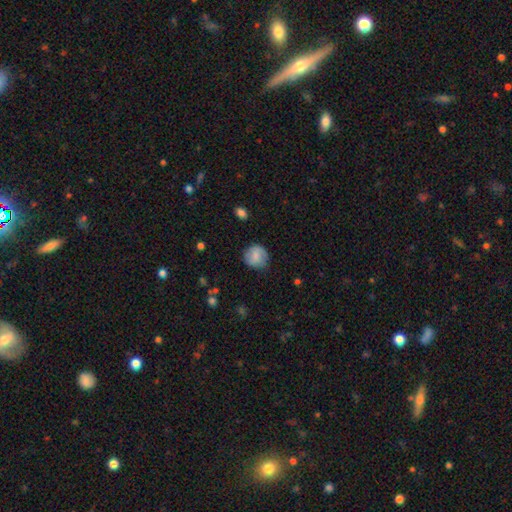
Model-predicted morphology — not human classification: smooth_or_featured: smooth (p=0.77) [alt: featured or disk p=0.15]
how_rounded: round (p=0.88) [alt: in between p=0.11]
merging: none (p=0.79) [alt: minor disturbance p=0.15]